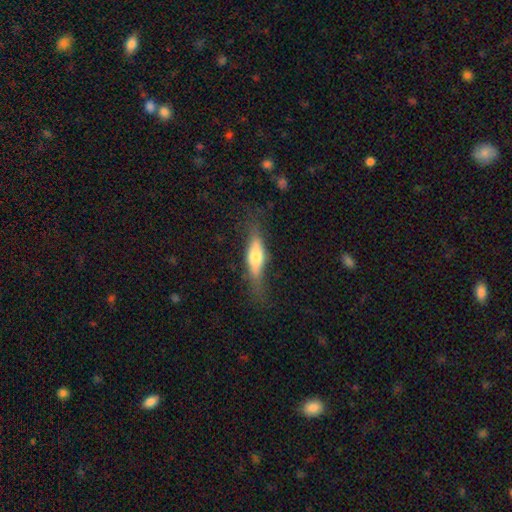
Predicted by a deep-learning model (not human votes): This is possibly a smooth galaxy (55%). How rounded: possibly cigar-shaped (51%). Merging: likely none (67%).